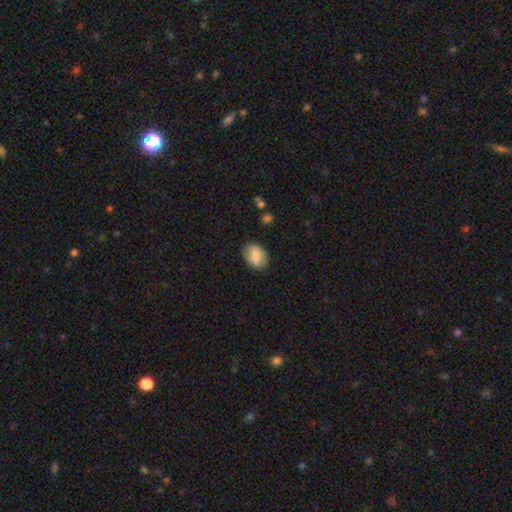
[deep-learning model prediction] A smooth galaxy with no disk features (81%) that is in between round and cigar-shaped (75%). Merging: none (83%).